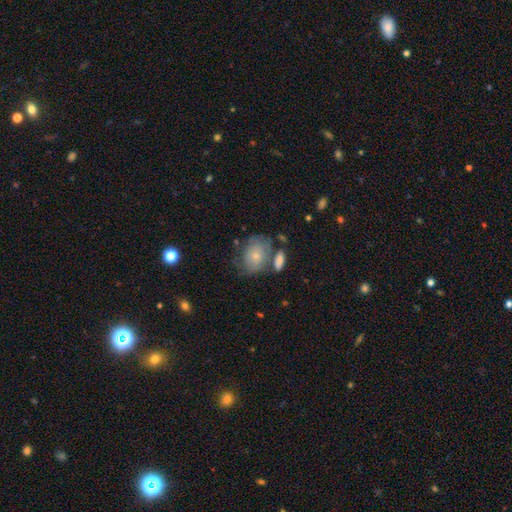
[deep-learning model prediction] This appears to be a smooth galaxy with no disk features (63%) that is in between round and cigar-shaped (62%). Merging: none (47%).